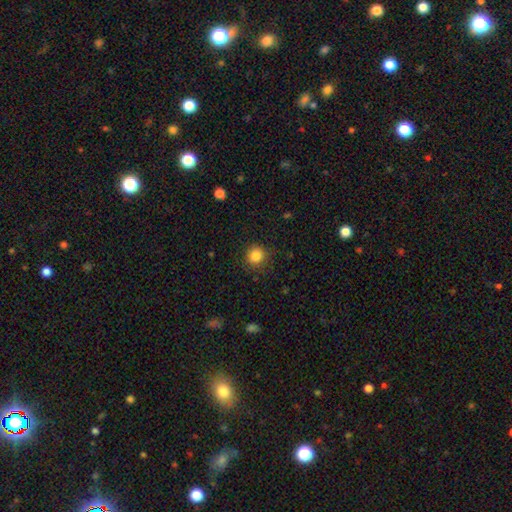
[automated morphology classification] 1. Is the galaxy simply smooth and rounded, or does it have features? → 85% smooth, 11% star or artifact, 4% featured or disk.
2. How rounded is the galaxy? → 91% round, 8% in between, 1% cigar-shaped.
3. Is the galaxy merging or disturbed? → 86% none, 10% minor disturbance, 3% major disturbance, 1% merger.